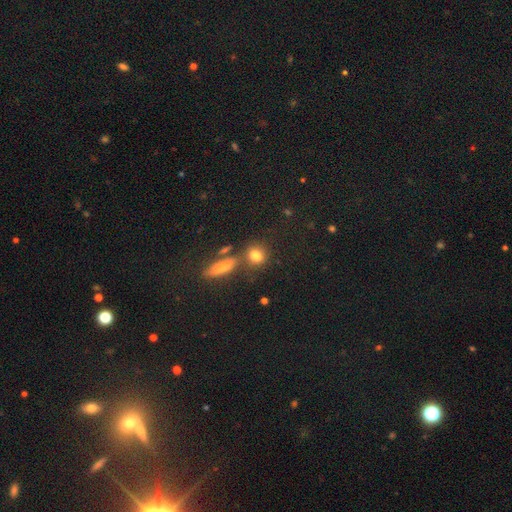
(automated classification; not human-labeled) A smooth galaxy with no disk features (78%) that is round (64%). Merging: none (68%).